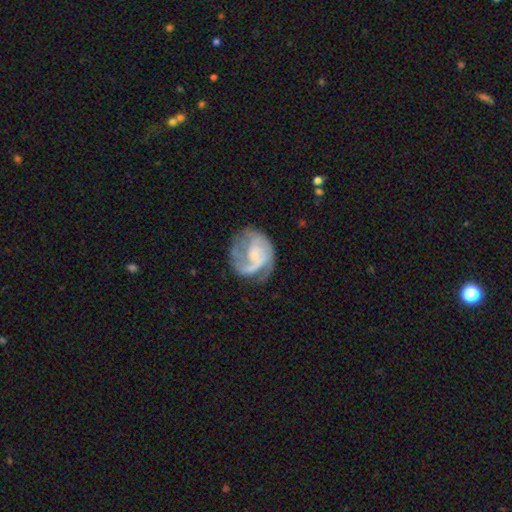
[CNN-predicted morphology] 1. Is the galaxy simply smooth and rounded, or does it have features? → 76% featured or disk, 17% smooth, 6% star or artifact.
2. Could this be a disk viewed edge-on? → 98% no, 2% yes.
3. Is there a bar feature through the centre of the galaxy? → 57% no, 35% weak, 8% strong.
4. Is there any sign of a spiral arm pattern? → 89% yes, 11% no.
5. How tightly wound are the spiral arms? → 42% medium, 37% tight, 21% loose.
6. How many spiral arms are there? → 43% 2, 20% can't tell, 16% 1, 15% 3, 3% 4, 3% more than 4.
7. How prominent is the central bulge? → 36% small, 31% none, 25% moderate, 6% large, 2% dominant.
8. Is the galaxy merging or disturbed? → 53% none, 23% minor disturbance, 22% major disturbance, 2% merger.